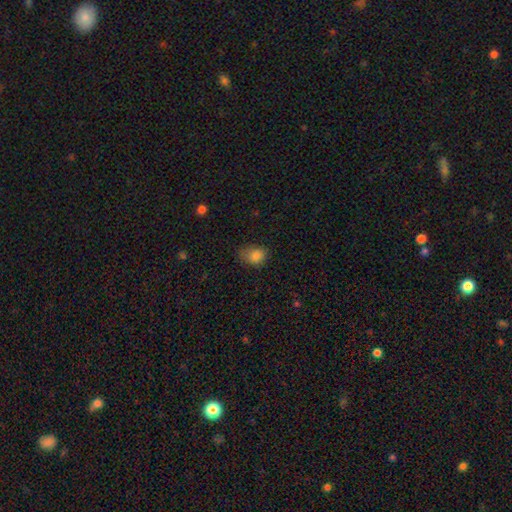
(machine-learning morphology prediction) Smooth or featured? smooth (83%)
How rounded? in between (61%)
Merging? none (54%)